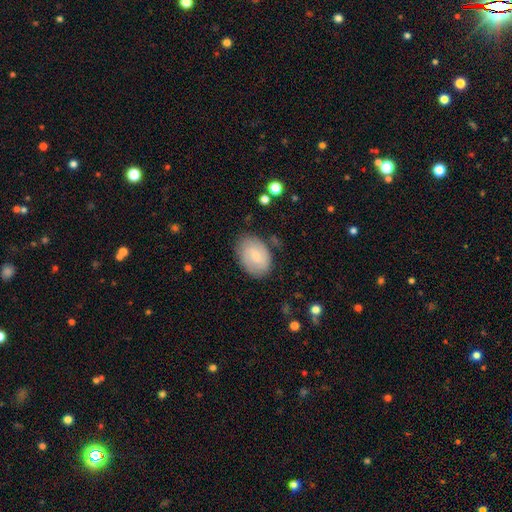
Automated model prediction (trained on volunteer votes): smooth-or-featured: smooth: 57% | featured or disk: 36% | star or artifact: 7%
  how-rounded: in between: 80% | round: 19% | cigar-shaped: 1%
  merging: none: 77% | minor disturbance: 17% | major disturbance: 5% | merger: 2%